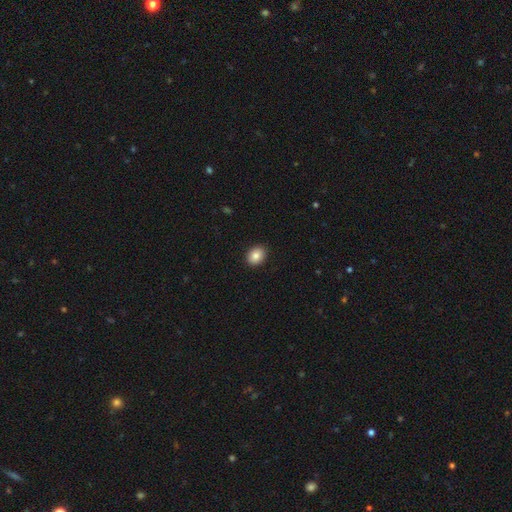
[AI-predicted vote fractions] Smooth or featured? smooth (85%)
How rounded? in between (52%)
Merging? none (90%)